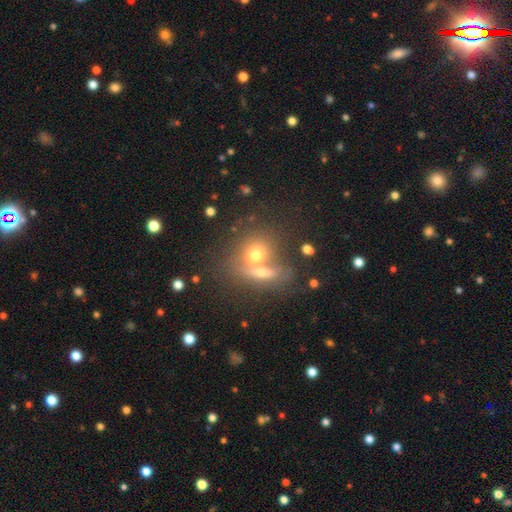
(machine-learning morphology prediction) smooth-or-featured: smooth: 61% | featured or disk: 27% | star or artifact: 12%
  how-rounded: round: 57% | in between: 38% | cigar-shaped: 5%
  merging: merger: 55% | none: 33% | minor disturbance: 8% | major disturbance: 5%